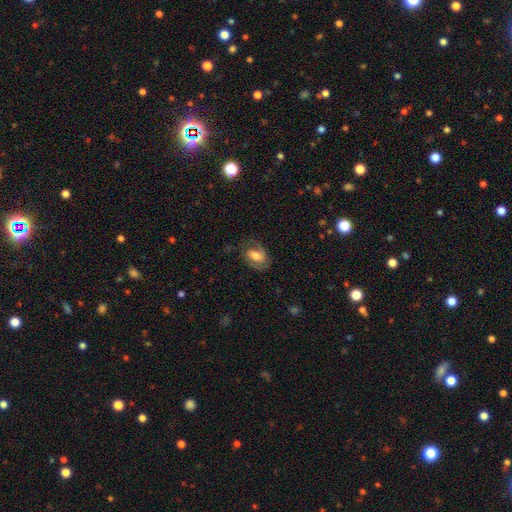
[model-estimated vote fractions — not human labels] The model was most divided on "bar": weak: 45%, no: 29%, strong: 26%. Remaining: edge-on disk — no (96%); spiral arms — yes (89%); spiral arm count — 2 (78%); merging — none (66%); smooth or featured — featured or disk (65%); spiral winding — medium (49%); bulge size — moderate (47%).